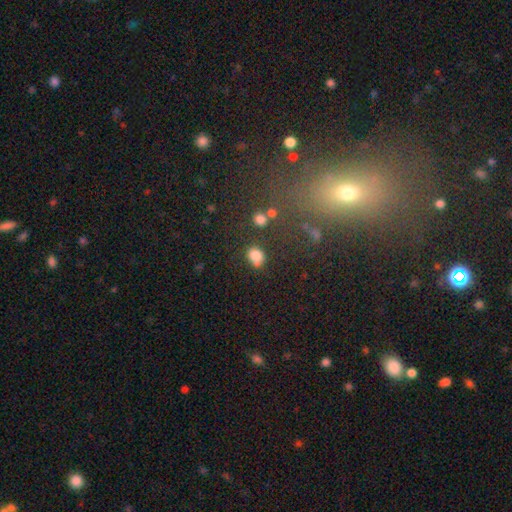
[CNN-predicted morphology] This is clearly a smooth galaxy (80%). How rounded: possibly round (51%). Merging: possibly none (58%).